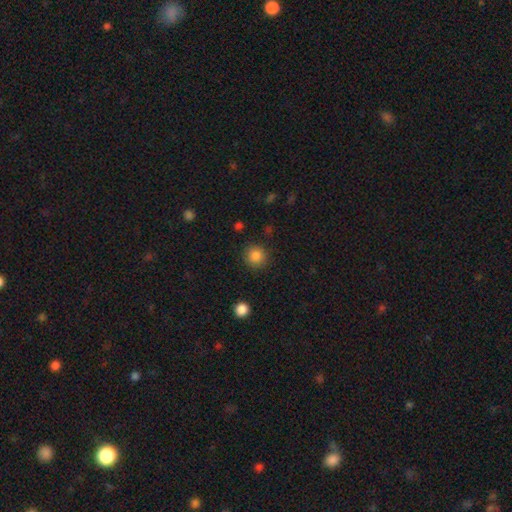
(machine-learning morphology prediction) Q: Smooth or featured?
A: smooth (86%); runner-up: star or artifact (11%)
Q: How rounded?
A: round (93%); runner-up: in between (6%)
Q: Merging?
A: none (89%); runner-up: minor disturbance (7%)